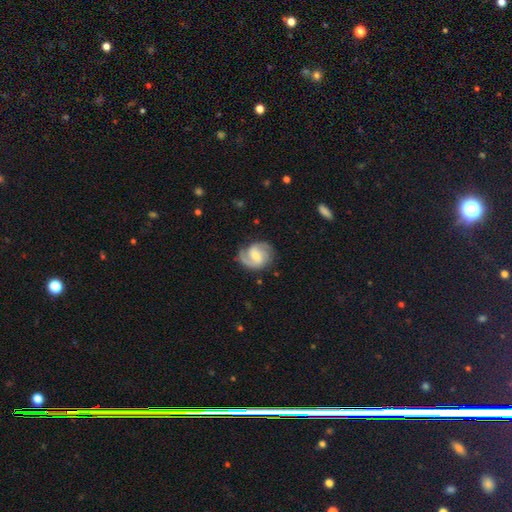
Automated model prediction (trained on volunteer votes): The model was most divided on "bulge size": moderate: 46%, small: 42%, none: 6%, large: 5%, dominant: 1%. Remaining: edge-on disk — no (98%); spiral arms — yes (96%); smooth or featured — featured or disk (82%); spiral arm count — 2 (79%); merging — none (76%); bar — weak (54%); spiral winding — medium (49%).